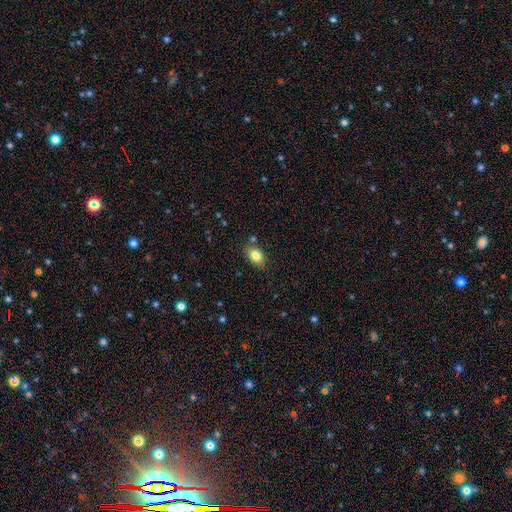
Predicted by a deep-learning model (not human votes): The model was most divided on "merging": none: 81%, minor disturbance: 13%, merger: 3%, major disturbance: 2%. More confident: how rounded — in between (87%); smooth or featured — smooth (82%).